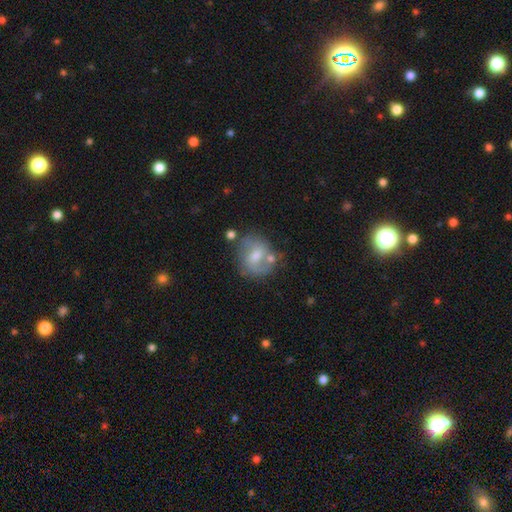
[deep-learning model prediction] Overall: featured or disk (47%; smooth 42%). Merging: none (60%).